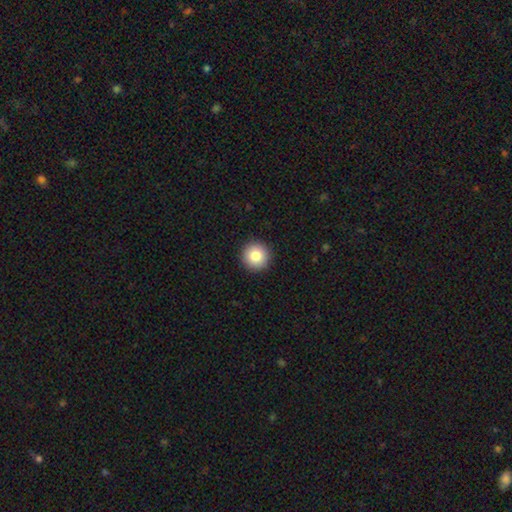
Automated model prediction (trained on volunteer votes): Overall: smooth (84%). How rounded: round (96%). Merging: none (93%).